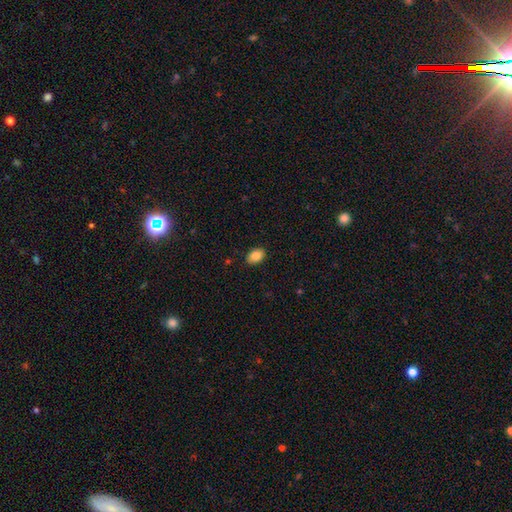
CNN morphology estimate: Overall: smooth (87%). How rounded: in between (83%). Merging: none (88%).